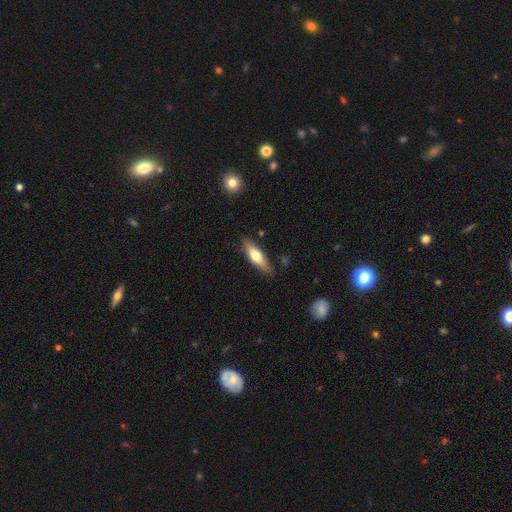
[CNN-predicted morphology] A smooth galaxy with no disk features (60%) that is cigar-shaped (55%).

Vote fractions:
- Smooth or featured? smooth: 60% / featured or disk: 34% / star or artifact: 6%
- How rounded? cigar-shaped: 55% / in between: 43% / round: 2%
- Merging? none: 83% / minor disturbance: 13% / major disturbance: 3% / merger: 2%